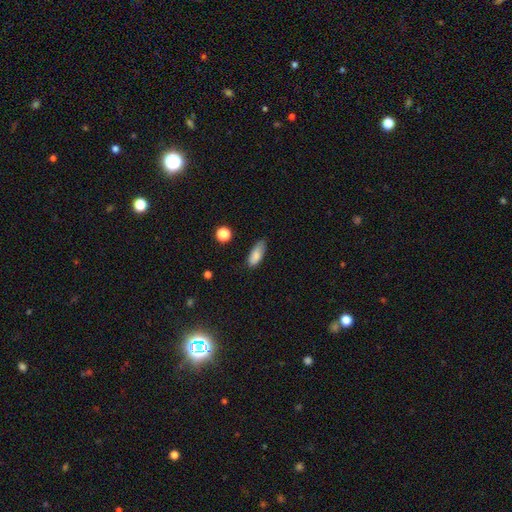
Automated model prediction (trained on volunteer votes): Smooth or featured? Predicted: smooth (p=0.84). How rounded? Predicted: in between (p=0.79). Merging? Predicted: none (p=0.64).